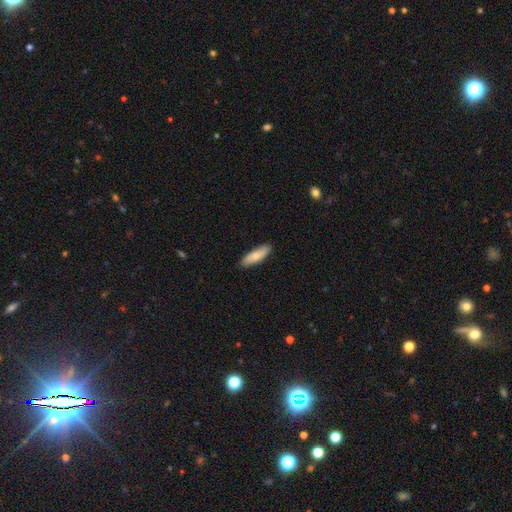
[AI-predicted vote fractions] Smooth or featured? Predicted: smooth (p=0.76). How rounded? Predicted: cigar-shaped (p=0.53). Merging? Predicted: none (p=0.87).